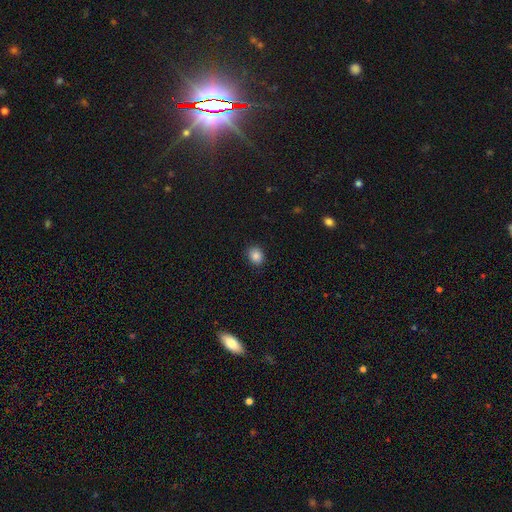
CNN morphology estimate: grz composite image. It shows a smooth galaxy with no disk features (86%) that is round (58%). Merging: none (89%).